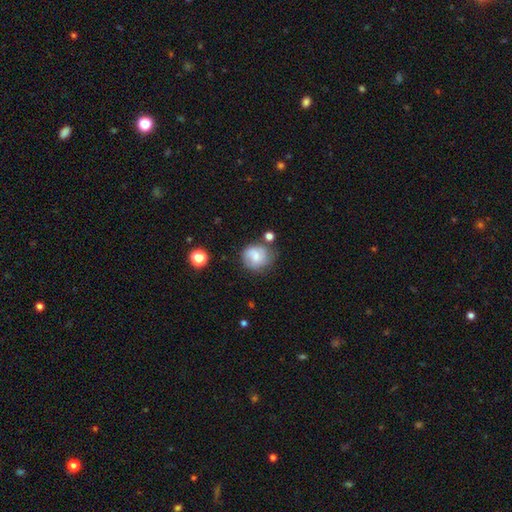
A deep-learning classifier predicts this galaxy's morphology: A smooth galaxy with no disk features (59%) that is round (80%).

Vote fractions:
- Smooth or featured? smooth: 59% / featured or disk: 31% / star or artifact: 9%
- How rounded? round: 80% / in between: 19% / cigar-shaped: 1%
- Merging? none: 59% / minor disturbance: 23% / major disturbance: 9% / merger: 8%